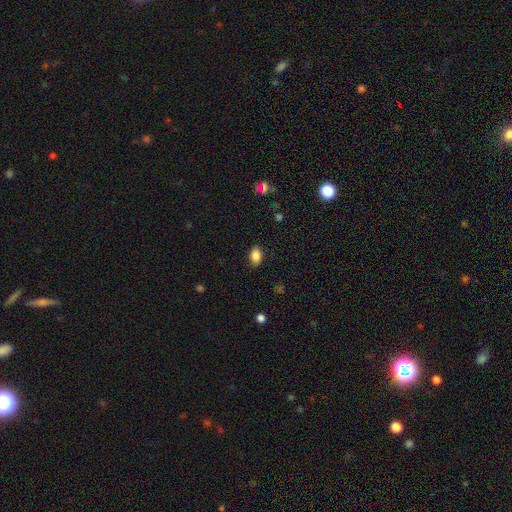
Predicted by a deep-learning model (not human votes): Smooth or featured? Predicted: smooth (p=0.87). How rounded? Predicted: in between (p=0.84). Merging? Predicted: none (p=0.84).